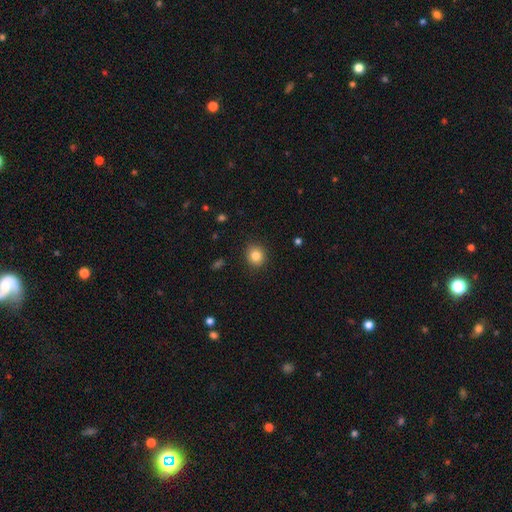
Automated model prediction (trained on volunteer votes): smooth_or_featured: smooth (p=0.84) [alt: star or artifact p=0.10]
how_rounded: round (p=0.84) [alt: in between p=0.16]
merging: none (p=0.90) [alt: minor disturbance p=0.06]